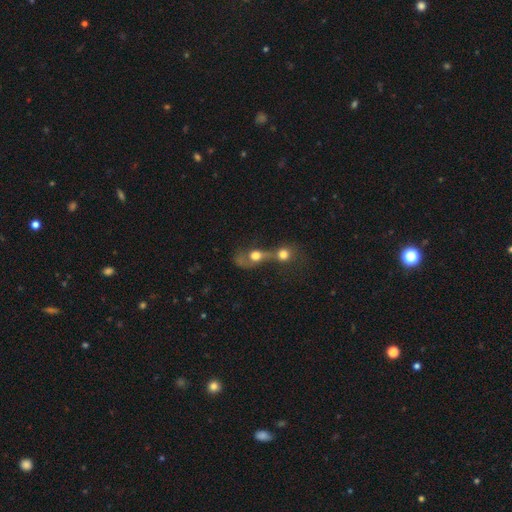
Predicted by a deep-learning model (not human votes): Q: Smooth or featured?
A: smooth (62%); runner-up: featured or disk (26%)
Q: How rounded?
A: round (60%); runner-up: in between (37%)
Q: Merging?
A: merger (71%); runner-up: none (13%)